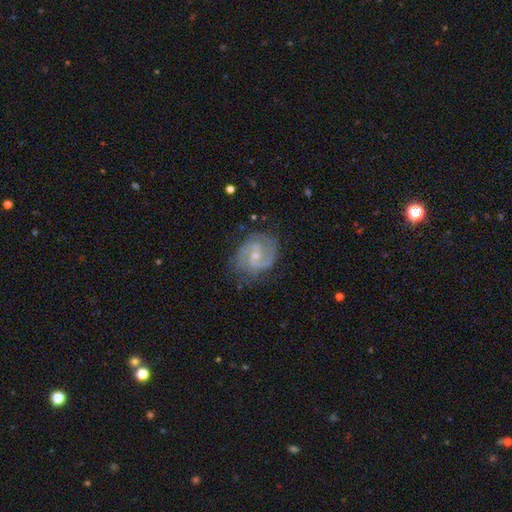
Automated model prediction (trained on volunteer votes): Overall: featured or disk (82%). Edge-on disk: no (98%). Bar: weak (47%; no 44%). Spiral arms: yes (93%). Spiral arm count: 2 (71%). Spiral winding: medium (47%; tight 38%). Bulge size: small (58%; moderate 38%). Merging: none (68%).